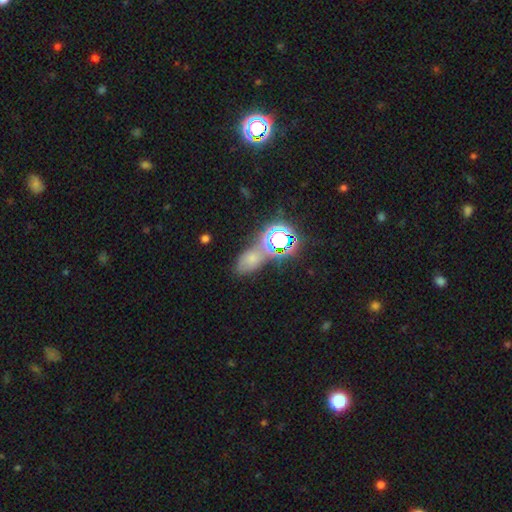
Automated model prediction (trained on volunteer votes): Smooth or featured?
  - star or artifact: 59% *
  - smooth: 29%
  - featured or disk: 12%